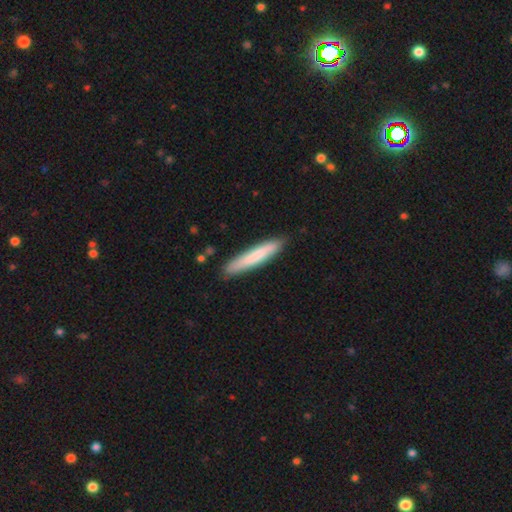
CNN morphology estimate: This appears to be a smooth galaxy with no disk features (74%) that is cigar-shaped (93%). Merging: none (86%).